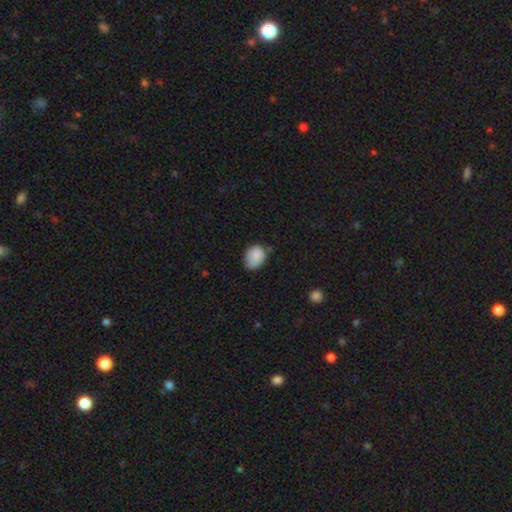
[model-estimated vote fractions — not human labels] Morphology: type=smooth (85%); roundness=in between (63%); merging=none (59%).